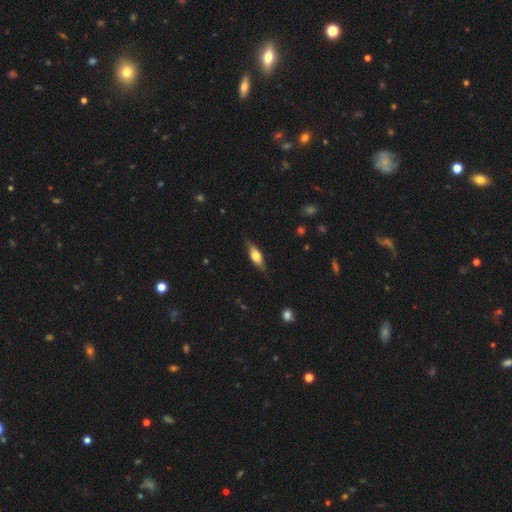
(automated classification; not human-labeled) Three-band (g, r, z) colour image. It shows a featured or disk galaxy (50%) viewed edge-on (89%). Merging: none (83%).